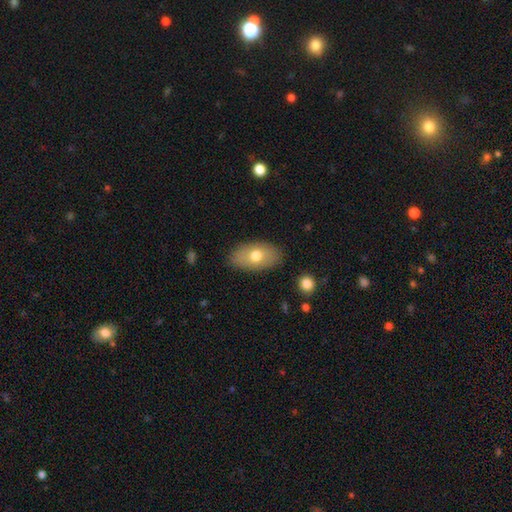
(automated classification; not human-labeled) Smooth or featured? smooth (69%)
How rounded? in between (92%)
Merging? none (85%)